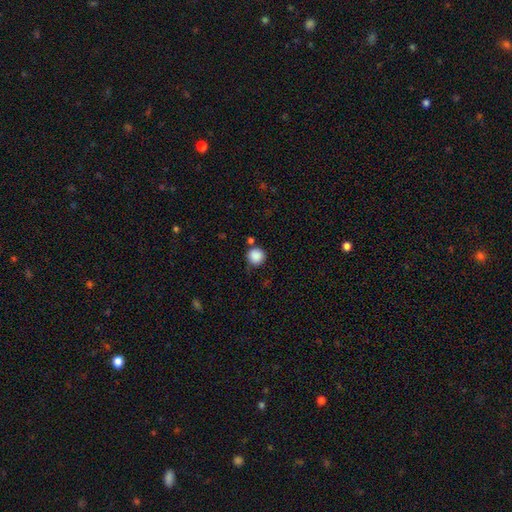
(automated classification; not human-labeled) A smooth galaxy with no disk features (87%) that is round (95%). Merging: none (78%).